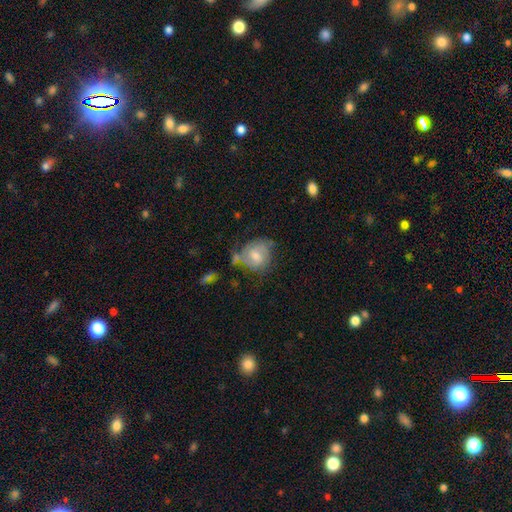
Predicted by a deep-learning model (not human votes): A featured or disk galaxy (51%). Merging: none (46%).